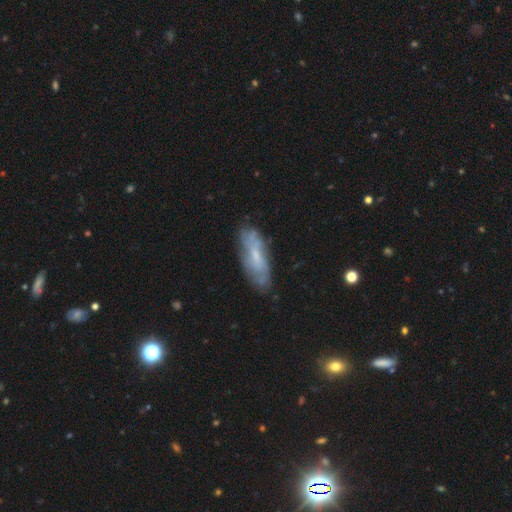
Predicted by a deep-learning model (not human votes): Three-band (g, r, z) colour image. It shows a featured or disk galaxy (56%). Merging: none (73%).